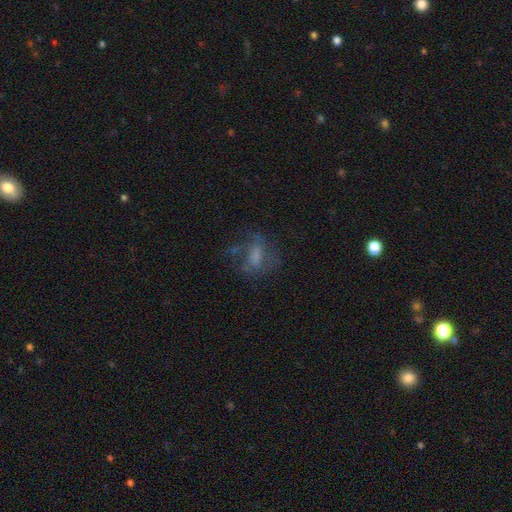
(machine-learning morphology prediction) Smooth or featured? Predicted: featured or disk (p=0.42). Merging? Predicted: none (p=0.47).